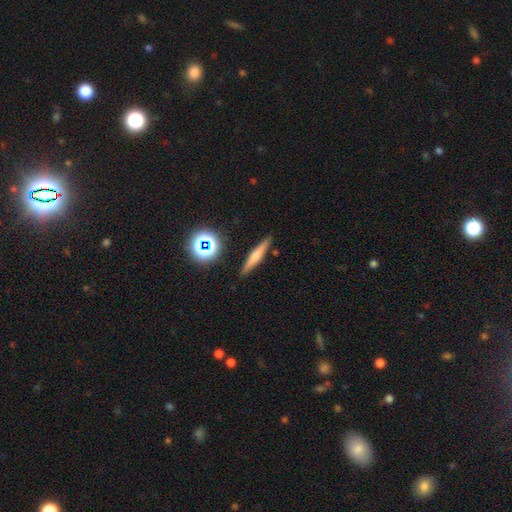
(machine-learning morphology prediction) smooth-or-featured: smooth: 53% | featured or disk: 36% | star or artifact: 11%
  how-rounded: cigar-shaped: 89% | in between: 8% | round: 3%
  merging: none: 88% | minor disturbance: 8% | merger: 2% | major disturbance: 2%